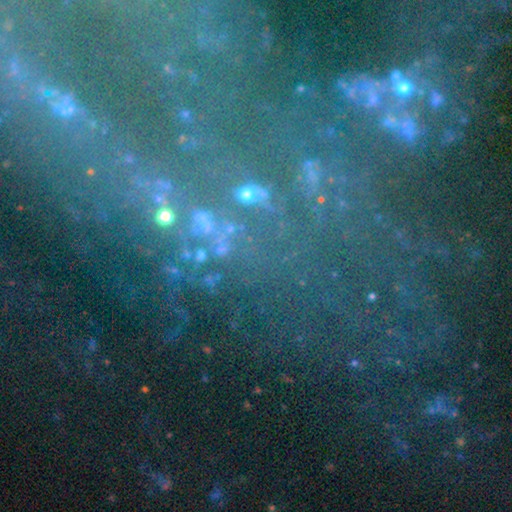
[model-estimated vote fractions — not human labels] Smooth or featured: star or artifact — 49% (featured or disk — 32%)